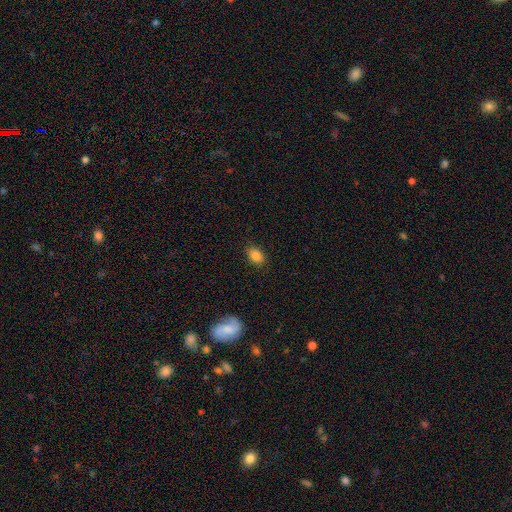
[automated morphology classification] smooth 85%, star or artifact 10%, featured or disk 5%. Down the decision tree: how rounded — in between (79%); merging — none (86%).